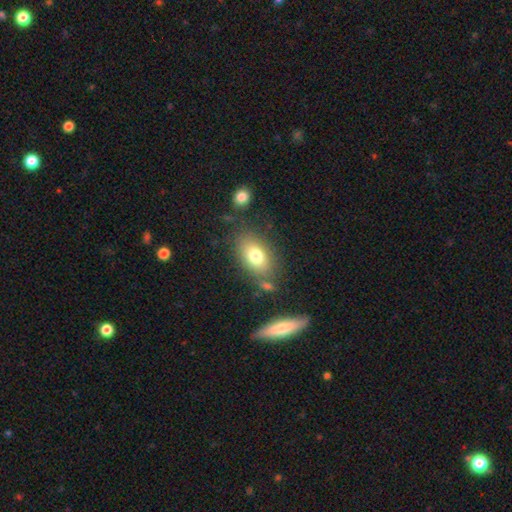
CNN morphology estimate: This is likely a smooth galaxy (77%). How rounded: clearly in between (84%). Merging: likely none (72%).